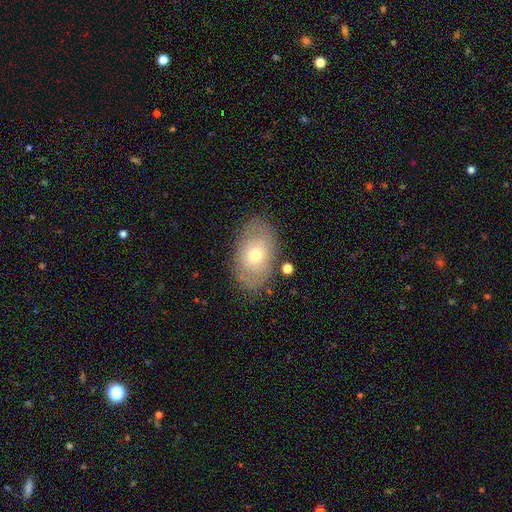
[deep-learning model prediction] Morphology: type=smooth (58%); roundness=in between (85%); merging=none (79%).